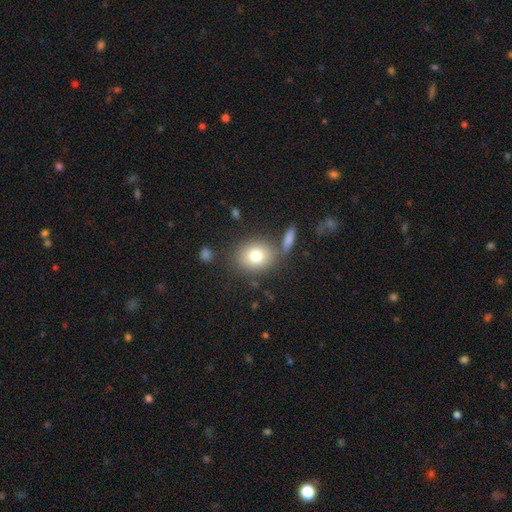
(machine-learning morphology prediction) Overall: smooth (78%). How rounded: round (66%; in between 32%). Merging: none (74%).